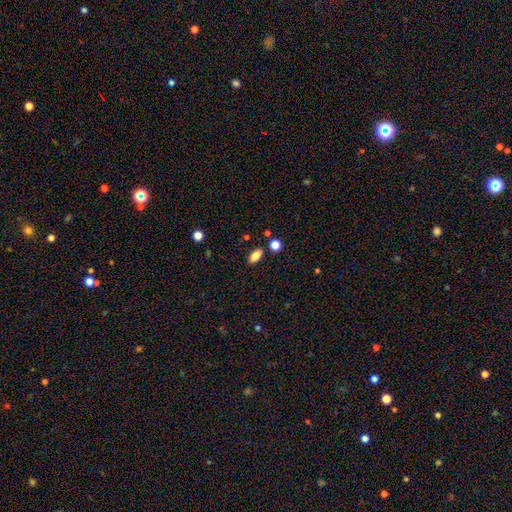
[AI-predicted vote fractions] Q: Smooth or featured?
A: smooth (82%); runner-up: featured or disk (9%)
Q: How rounded?
A: in between (88%); runner-up: round (6%)
Q: Merging?
A: none (84%); runner-up: minor disturbance (9%)